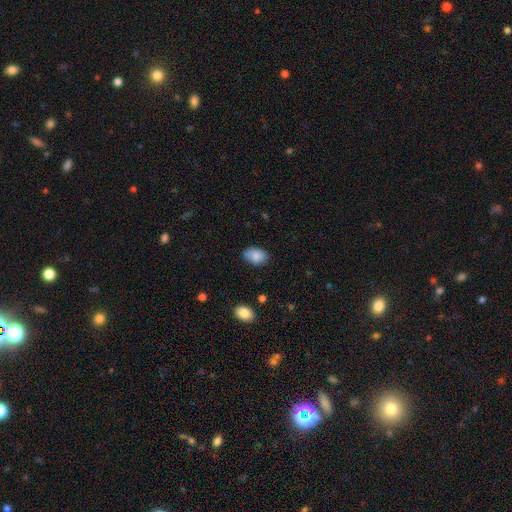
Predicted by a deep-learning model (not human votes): Smooth or featured? Predicted: smooth (p=0.85). How rounded? Predicted: in between (p=0.88). Merging? Predicted: none (p=0.78).